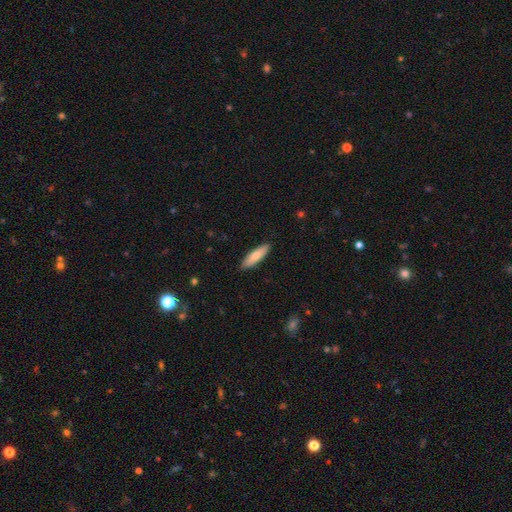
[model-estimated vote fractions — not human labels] Overall: smooth (76%). How rounded: cigar-shaped (65%; in between 34%). Merging: none (89%).